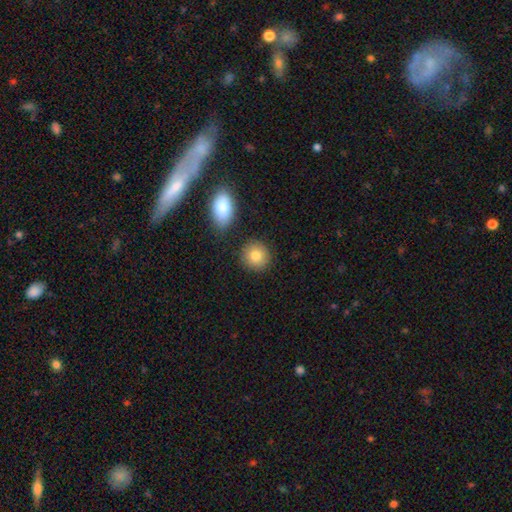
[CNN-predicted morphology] Smooth or featured: smooth — 84% (featured or disk — 8%)
How rounded: round — 87% (in between — 11%)
Merging: none — 84% (minor disturbance — 8%)